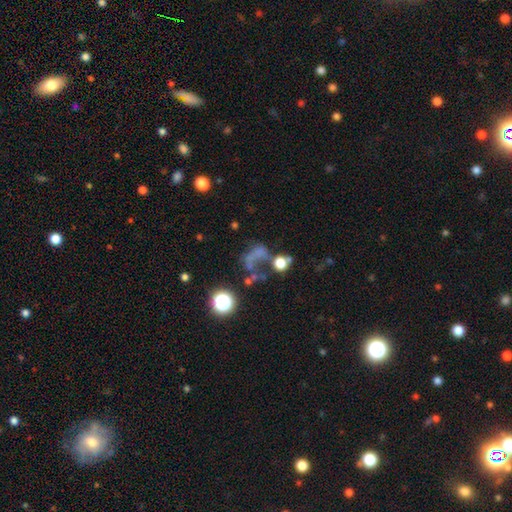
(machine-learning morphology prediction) This appears to be a smooth galaxy with no disk features (40%). Merging: major disturbance (36%).